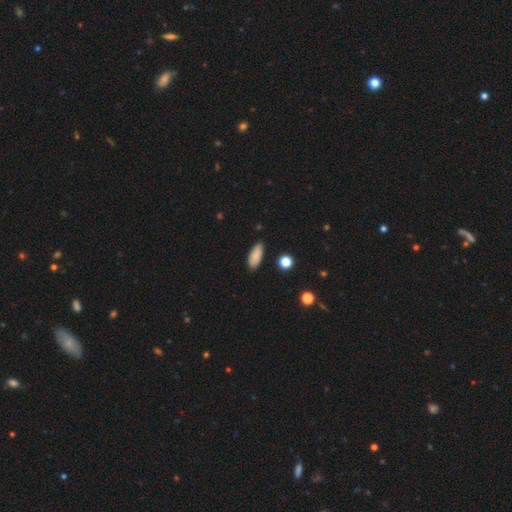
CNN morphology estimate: Smooth or featured? Predicted: smooth (p=0.85). How rounded? Predicted: in between (p=0.82). Merging? Predicted: none (p=0.83).